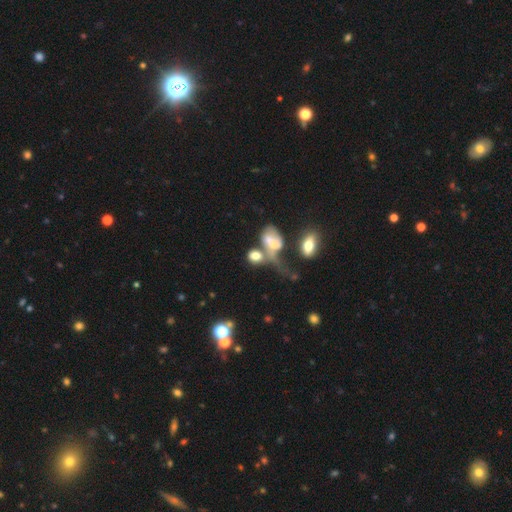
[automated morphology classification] Overall: smooth (62%; featured or disk 26%). How rounded: in between (62%; round 34%). Merging: merger (50%; none 20%).